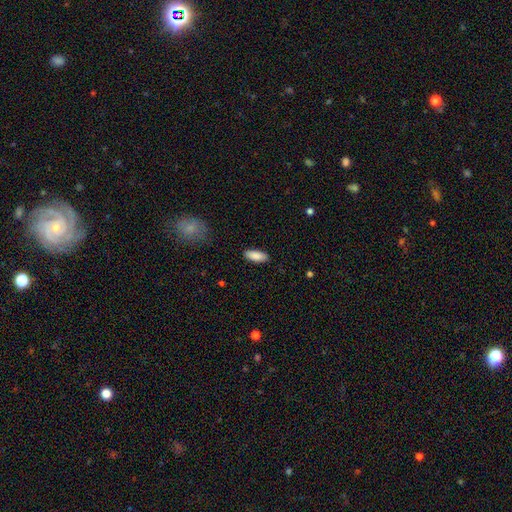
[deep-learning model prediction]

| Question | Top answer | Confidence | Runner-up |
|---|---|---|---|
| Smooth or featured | smooth | 88% | star or artifact (6%) |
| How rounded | in between | 79% | cigar-shaped (19%) |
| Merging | none | 88% | minor disturbance (9%) |